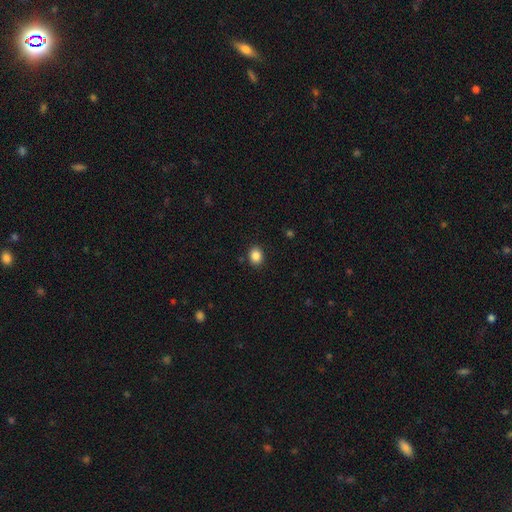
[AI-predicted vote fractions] Smooth or featured: smooth — 87% (star or artifact — 10%)
How rounded: round — 55% (in between — 45%)
Merging: none — 88% (minor disturbance — 8%)